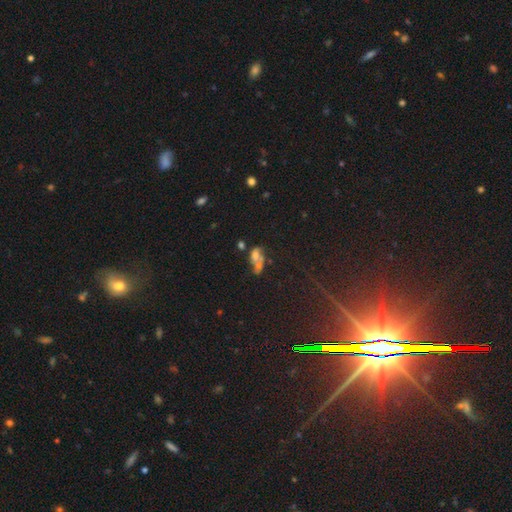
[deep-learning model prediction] smooth-or-featured: smooth: 44% | featured or disk: 34% | star or artifact: 22%
  merging: merger: 49% | none: 21% | major disturbance: 17% | minor disturbance: 13%